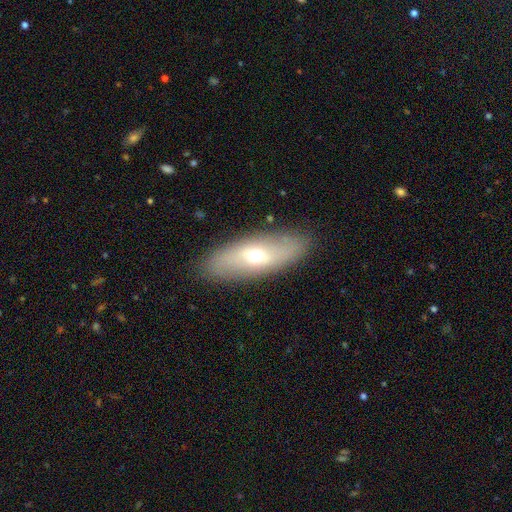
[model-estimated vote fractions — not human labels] Smooth or featured: smooth — 48% (featured or disk — 45%)
Merging: none — 87% (minor disturbance — 9%)